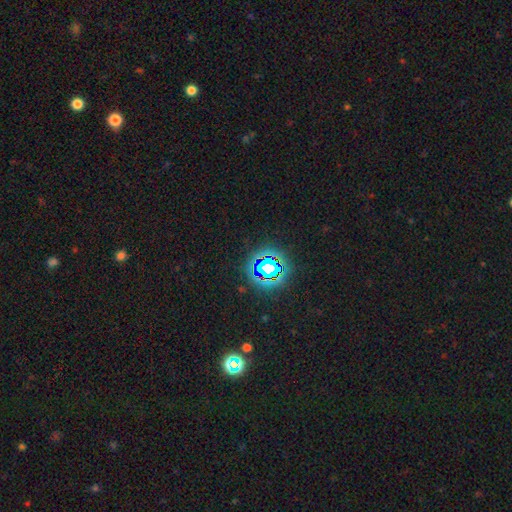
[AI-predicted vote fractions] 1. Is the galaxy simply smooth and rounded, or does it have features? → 80% star or artifact, 14% smooth, 6% featured or disk.